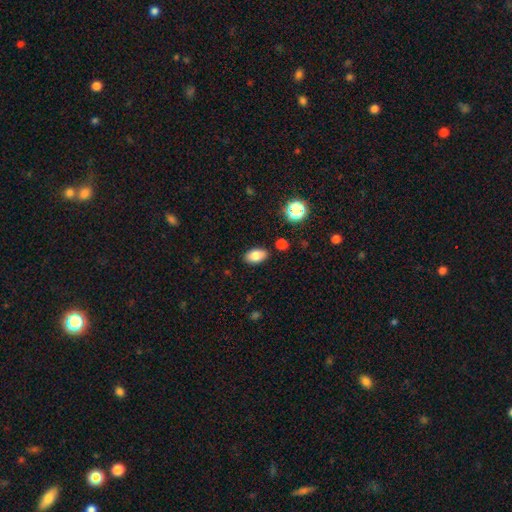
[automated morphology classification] Smooth or featured?
  - smooth: 83% *
  - star or artifact: 9%
  - featured or disk: 8%
How rounded?
  - in between: 91% *
  - round: 6%
  - cigar-shaped: 2%
Merging?
  - none: 86% *
  - minor disturbance: 9%
  - merger: 3%
  - major disturbance: 2%